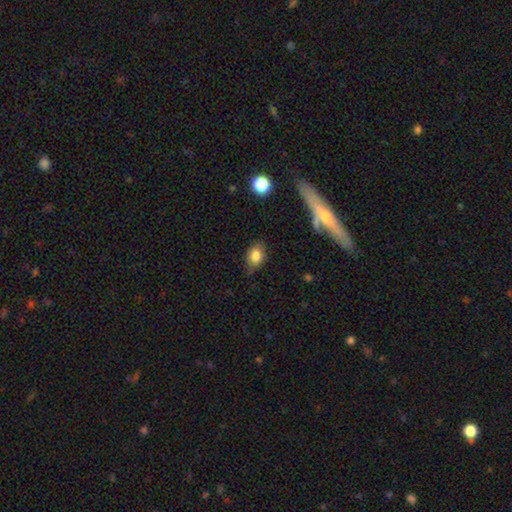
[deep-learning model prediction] smooth-or-featured: smooth: 80% | featured or disk: 10% | star or artifact: 9%
  how-rounded: in between: 77% | round: 21% | cigar-shaped: 2%
  merging: none: 73% | minor disturbance: 21% | major disturbance: 4% | merger: 2%